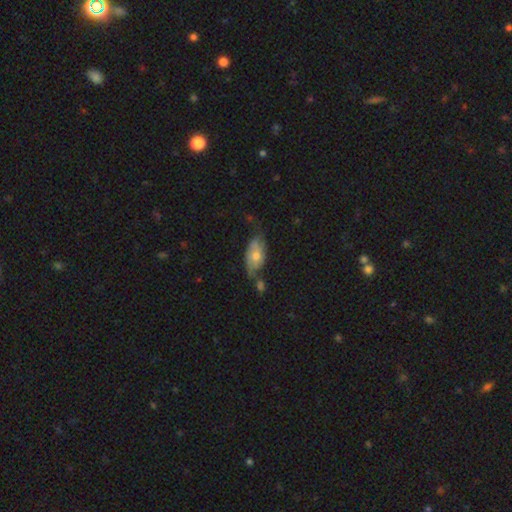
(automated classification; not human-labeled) smooth-or-featured: smooth: 52% | featured or disk: 40% | star or artifact: 7%
  how-rounded: in between: 90% | cigar-shaped: 5% | round: 5%
  merging: none: 44% | minor disturbance: 30% | merger: 14% | major disturbance: 12%